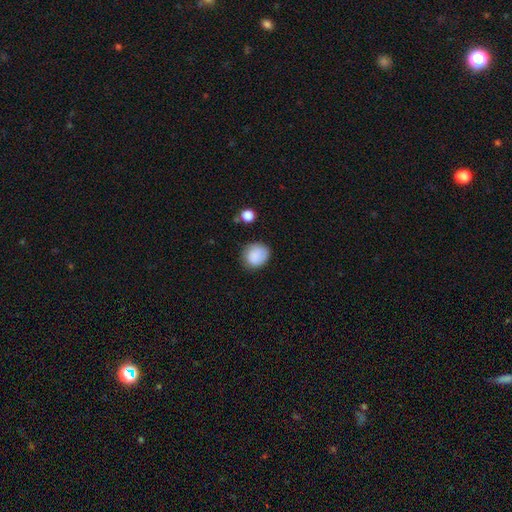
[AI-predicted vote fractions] smooth-or-featured: smooth: 87% | star or artifact: 8% | featured or disk: 5%
  how-rounded: round: 79% | in between: 20% | cigar-shaped: 1%
  merging: none: 76% | minor disturbance: 18% | major disturbance: 4% | merger: 2%